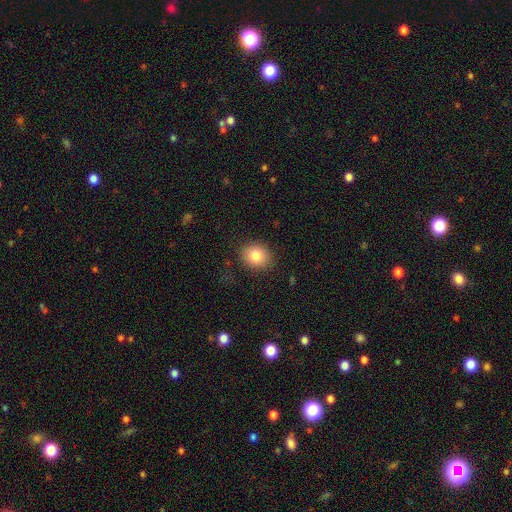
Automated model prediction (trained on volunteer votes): This is clearly a smooth galaxy (81%). How rounded: likely round (66%). Merging: clearly none (85%).